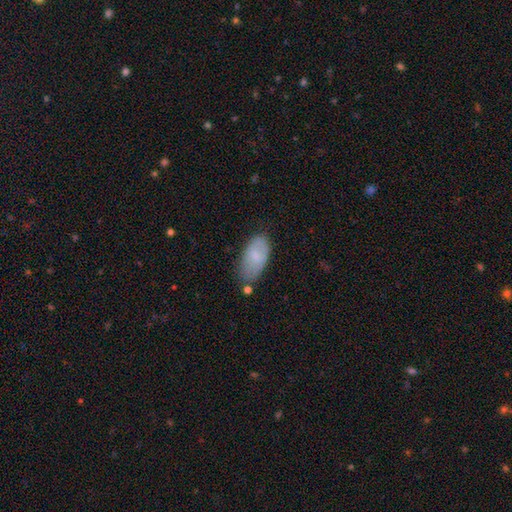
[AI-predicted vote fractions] A smooth galaxy with no disk features (76%) that is in between round and cigar-shaped (92%).

Vote fractions:
- Smooth or featured? smooth: 76% / featured or disk: 18% / star or artifact: 7%
- How rounded? in between: 92% / cigar-shaped: 6% / round: 2%
- Merging? none: 65% / minor disturbance: 25% / major disturbance: 6% / merger: 4%